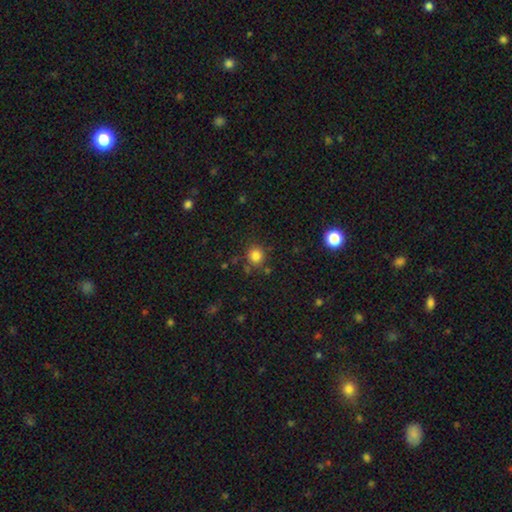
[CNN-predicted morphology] Overall: smooth (82%). How rounded: round (87%). Merging: none (80%).